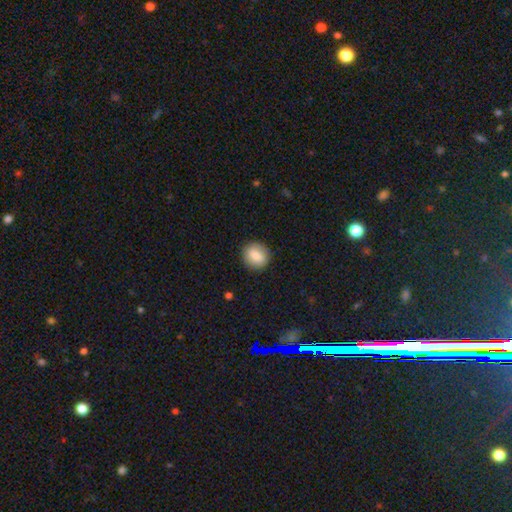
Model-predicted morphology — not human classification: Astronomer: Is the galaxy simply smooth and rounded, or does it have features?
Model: smooth — 83%.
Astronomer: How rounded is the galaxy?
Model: round — 83%.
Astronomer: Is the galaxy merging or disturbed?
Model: none — 88%.